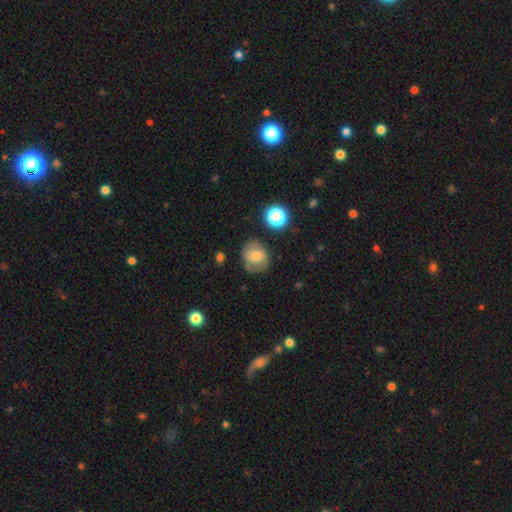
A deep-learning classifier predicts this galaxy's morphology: smooth 59%, featured or disk 30%, star or artifact 11%. Down the decision tree: how rounded — round (76%); merging — none (68%).